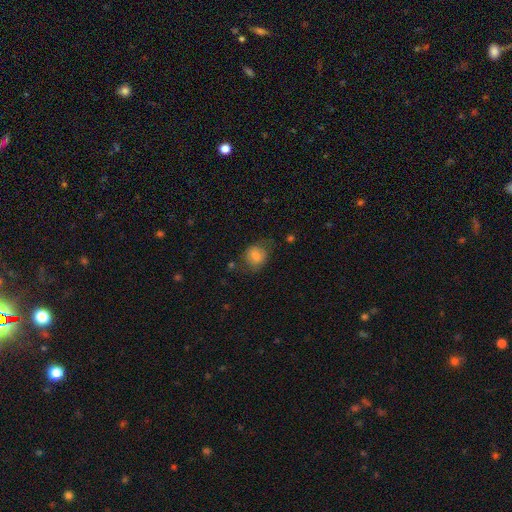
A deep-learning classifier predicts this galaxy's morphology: A smooth galaxy with no disk features (75%) that is round (68%).

Vote fractions:
- Smooth or featured? smooth: 75% / featured or disk: 16% / star or artifact: 9%
- How rounded? round: 68% / in between: 31% / cigar-shaped: 1%
- Merging? none: 62% / minor disturbance: 24% / major disturbance: 12% / merger: 2%